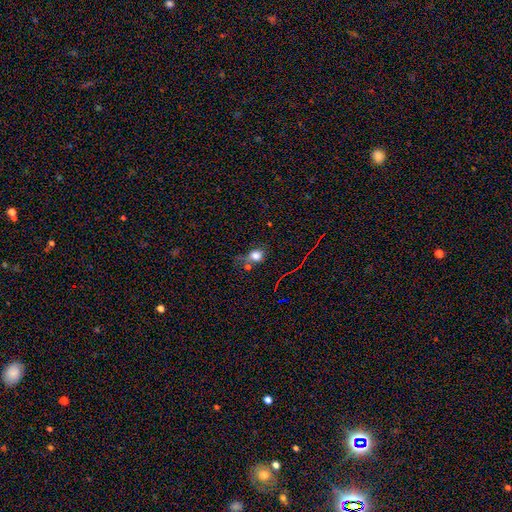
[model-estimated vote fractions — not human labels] smooth 72%, star or artifact 18%, featured or disk 10%. Down the decision tree: how rounded — round (57%); merging — none (49%).